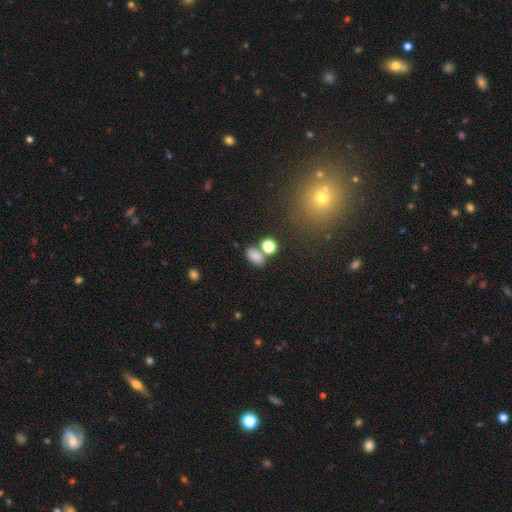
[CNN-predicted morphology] Smooth or featured? smooth (78%)
How rounded? in between (82%)
Merging? none (57%)